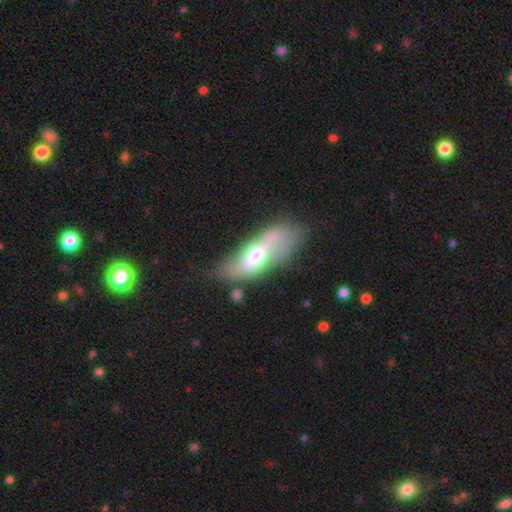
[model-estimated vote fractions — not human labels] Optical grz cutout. It shows a featured or disk galaxy (49%). Merging: none (40%).